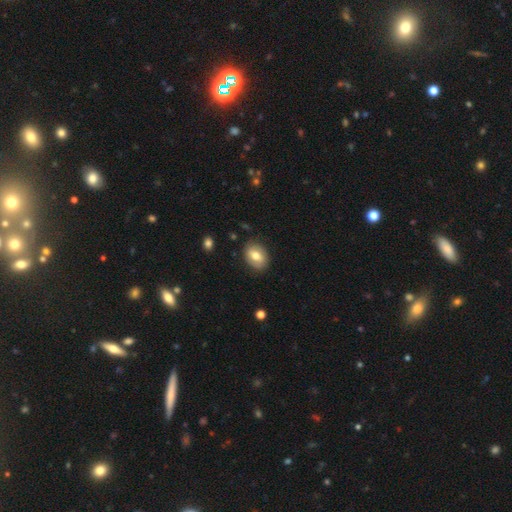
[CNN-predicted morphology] type=smooth (69%); roundness=in between (71%); merging=none (82%).